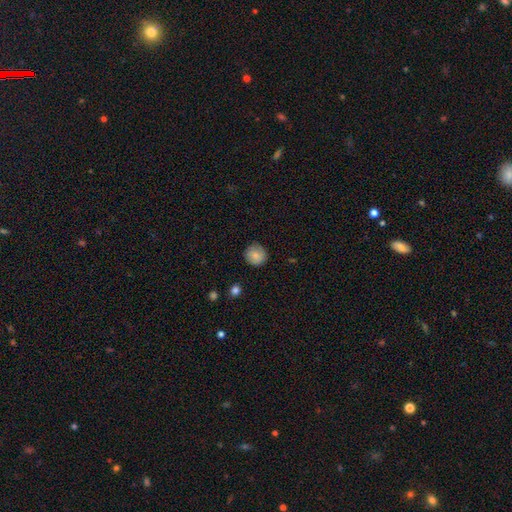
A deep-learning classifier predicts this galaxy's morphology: Overall: smooth (82%). How rounded: round (88%). Merging: none (81%).